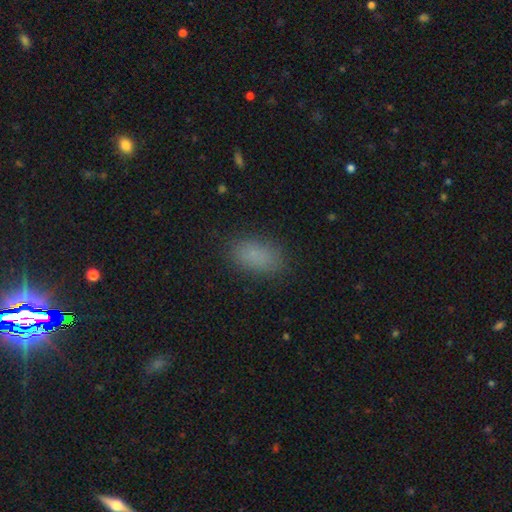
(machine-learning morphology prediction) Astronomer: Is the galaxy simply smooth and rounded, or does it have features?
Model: smooth — 84%.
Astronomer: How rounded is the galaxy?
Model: in between — 90%.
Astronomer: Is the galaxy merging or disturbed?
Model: none — 84%.